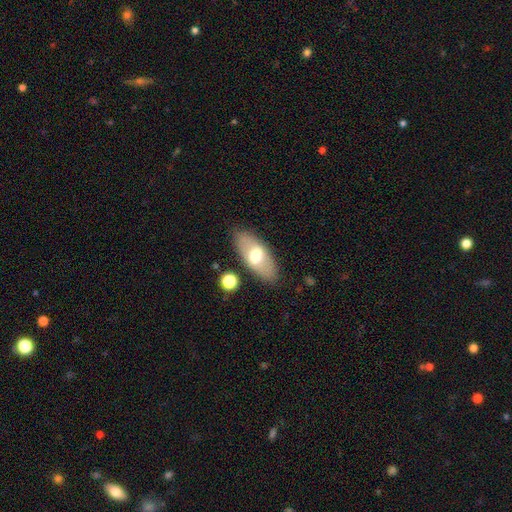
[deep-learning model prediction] Morphology: type=smooth (61%); roundness=in between (85%); merging=none (83%).